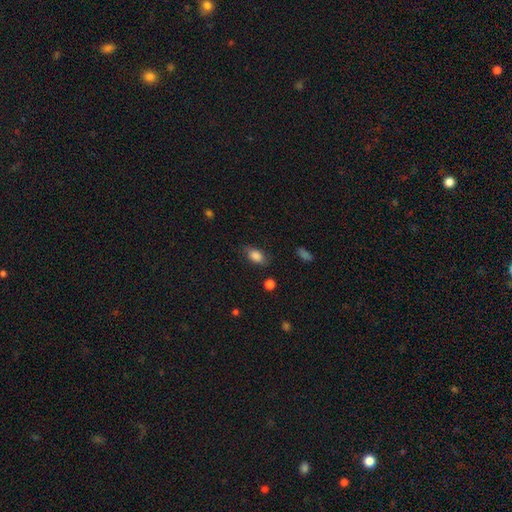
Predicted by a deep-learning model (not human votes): The model was most divided on "merging": none: 72%, minor disturbance: 21%, major disturbance: 6%, merger: 2%. More confident: how rounded — in between (86%); smooth or featured — smooth (83%).